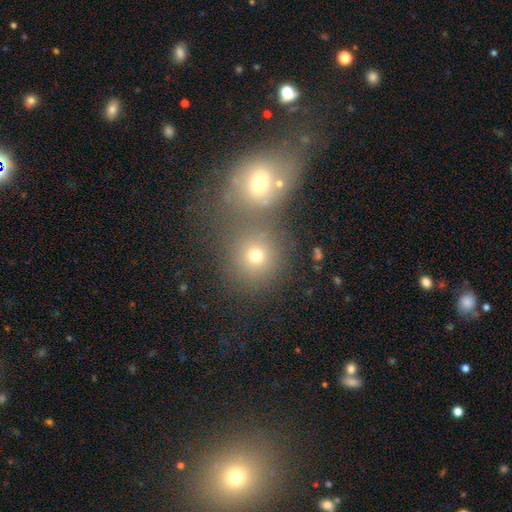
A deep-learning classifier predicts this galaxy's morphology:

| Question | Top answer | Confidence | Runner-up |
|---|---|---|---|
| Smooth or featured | smooth | 70% | star or artifact (18%) |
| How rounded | round | 81% | in between (17%) |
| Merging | none | 51% | merger (38%) |